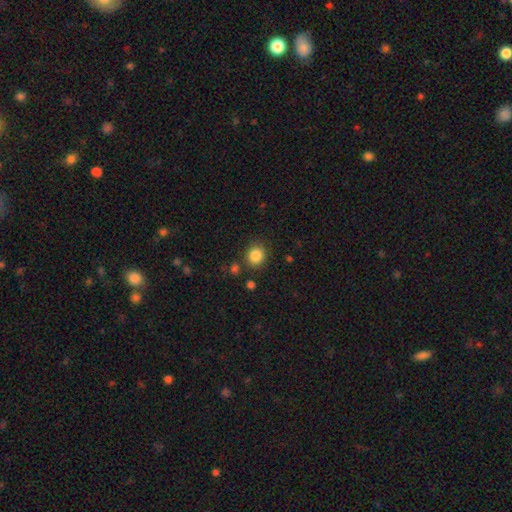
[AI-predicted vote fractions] smooth_or_featured: smooth (p=0.85) [alt: star or artifact p=0.10]
how_rounded: round (p=0.80) [alt: in between p=0.19]
merging: none (p=0.84) [alt: minor disturbance p=0.09]